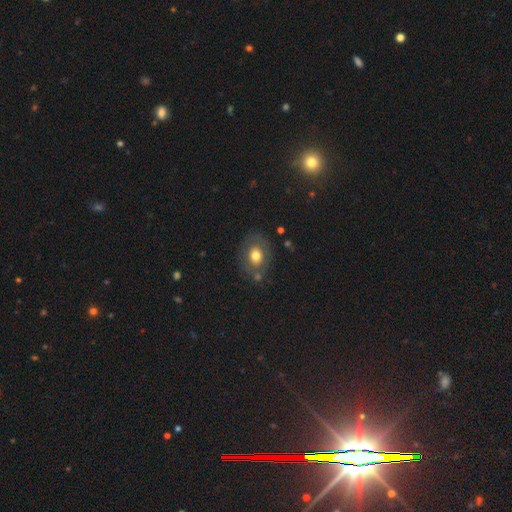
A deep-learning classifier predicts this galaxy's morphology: Smooth or featured: smooth — 65% (featured or disk — 26%)
How rounded: round — 53% (in between — 46%)
Merging: none — 74% (minor disturbance — 15%)